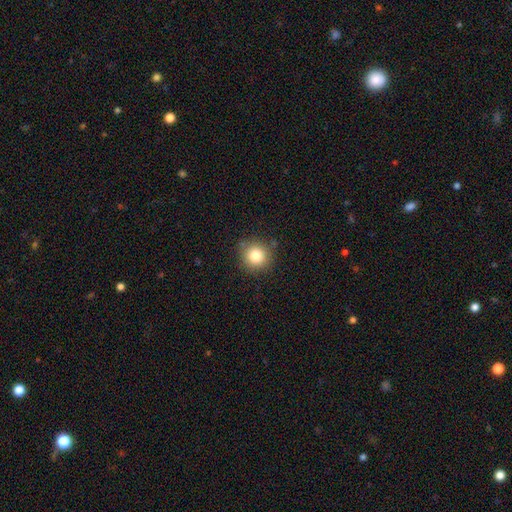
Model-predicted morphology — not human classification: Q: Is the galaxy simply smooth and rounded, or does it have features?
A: smooth — 82%.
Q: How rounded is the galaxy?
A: round — 93%.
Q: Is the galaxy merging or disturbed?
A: none — 87%.